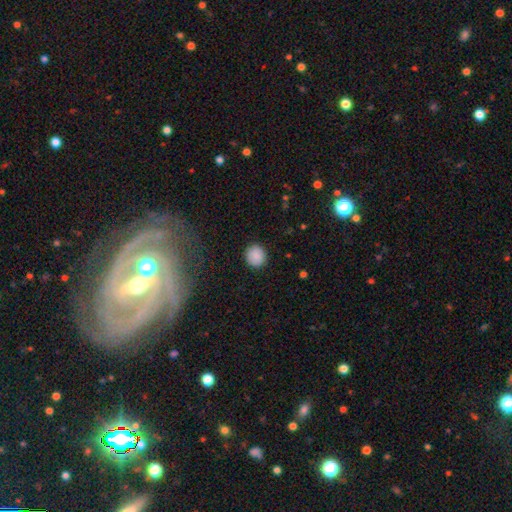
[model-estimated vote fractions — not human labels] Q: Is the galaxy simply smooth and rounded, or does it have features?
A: smooth — 88%.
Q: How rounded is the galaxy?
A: round — 91%.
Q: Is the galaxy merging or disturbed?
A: none — 90%.